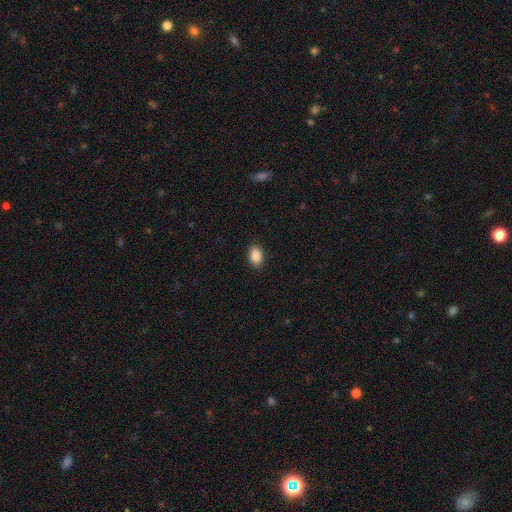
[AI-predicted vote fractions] The model was most divided on "how rounded": in between: 86%, round: 13%, cigar-shaped: 1%. More confident: merging — none (90%); smooth or featured — smooth (88%).